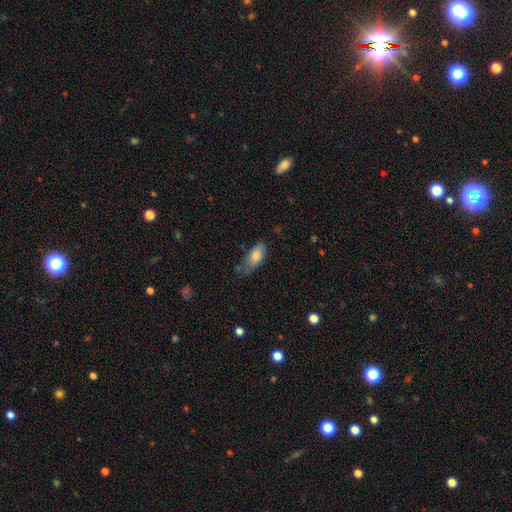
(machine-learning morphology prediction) This appears to be a smooth galaxy with no disk features (81%) that is in between round and cigar-shaped (89%). Merging: none (48%).